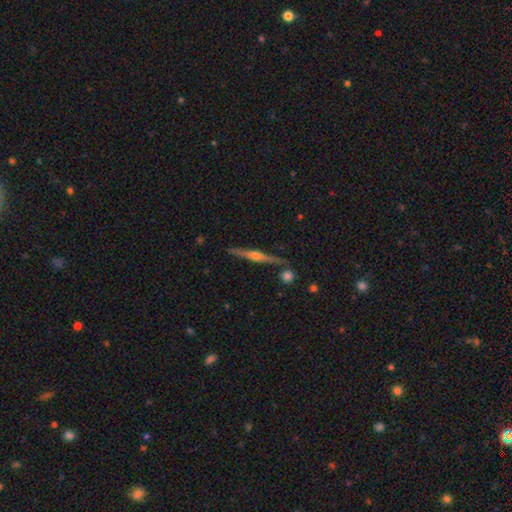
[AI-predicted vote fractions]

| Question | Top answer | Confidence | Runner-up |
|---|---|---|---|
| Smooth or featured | featured or disk | 83% | smooth (10%) |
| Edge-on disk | yes | 98% | no (2%) |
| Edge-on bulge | rounded | 92% | boxy (4%) |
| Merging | none | 88% | minor disturbance (7%) |